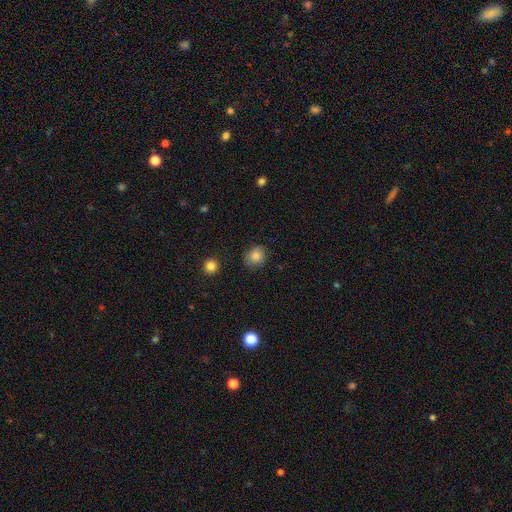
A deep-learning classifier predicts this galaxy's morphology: The model was most divided on "how rounded": round: 73%, in between: 26%, cigar-shaped: 1%. More confident: smooth or featured — smooth (83%); merging — none (83%).